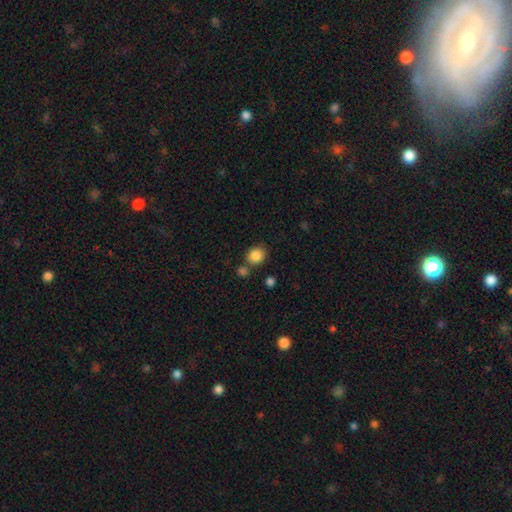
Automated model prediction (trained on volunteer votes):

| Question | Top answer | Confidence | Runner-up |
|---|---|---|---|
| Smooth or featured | smooth | 86% | star or artifact (10%) |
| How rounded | round | 80% | in between (20%) |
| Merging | none | 72% | merger (14%) |